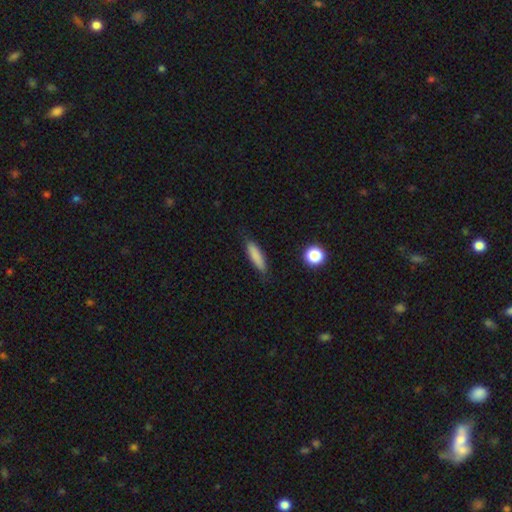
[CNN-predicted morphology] A smooth galaxy with no disk features (84%) that is cigar-shaped (68%).

Vote fractions:
- Smooth or featured? smooth: 84% / featured or disk: 9% / star or artifact: 8%
- How rounded? cigar-shaped: 68% / in between: 30% / round: 2%
- Merging? none: 83% / minor disturbance: 13% / major disturbance: 3% / merger: 1%